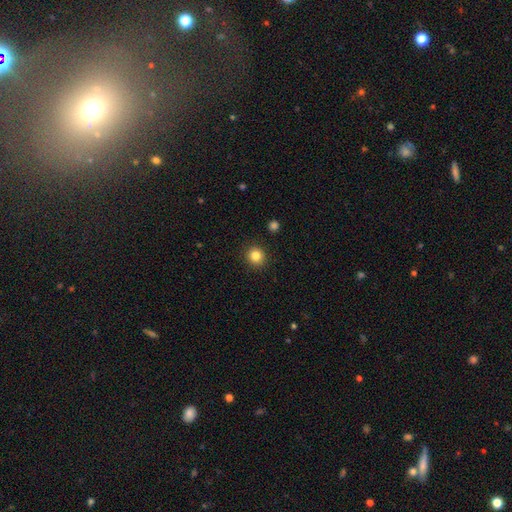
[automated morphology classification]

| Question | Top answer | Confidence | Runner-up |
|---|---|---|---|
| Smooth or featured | smooth | 83% | star or artifact (11%) |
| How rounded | round | 90% | in between (9%) |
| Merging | none | 92% | minor disturbance (5%) |